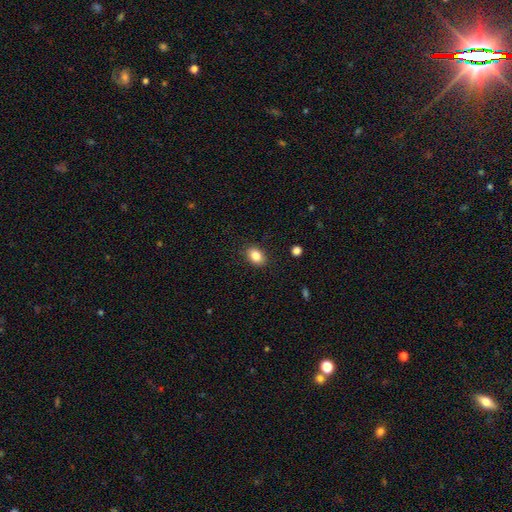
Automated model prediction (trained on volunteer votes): A smooth galaxy with no disk features (84%) that is in between round and cigar-shaped (77%).

Vote fractions:
- Smooth or featured? smooth: 84% / star or artifact: 9% / featured or disk: 7%
- How rounded? in between: 77% / round: 22% / cigar-shaped: 1%
- Merging? none: 86% / minor disturbance: 10% / major disturbance: 3% / merger: 1%